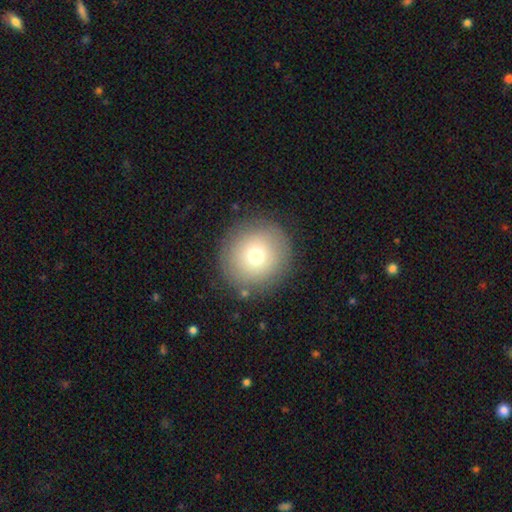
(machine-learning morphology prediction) A smooth galaxy with no disk features (73%) that is round (95%). Merging: none (87%).